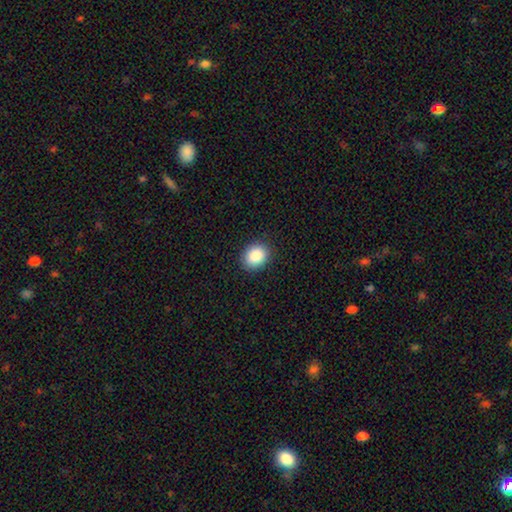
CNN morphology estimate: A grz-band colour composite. It shows a smooth galaxy with no disk features (88%) that is round (52%). Merging: none (89%).